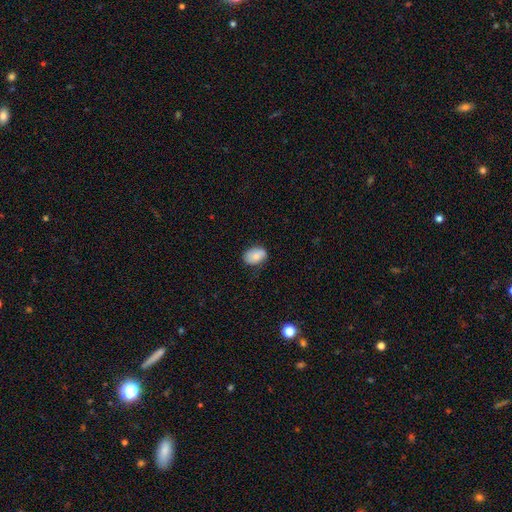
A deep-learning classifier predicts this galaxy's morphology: Smooth or featured? Predicted: smooth (p=0.78). How rounded? Predicted: in between (p=0.80). Merging? Predicted: none (p=0.74).